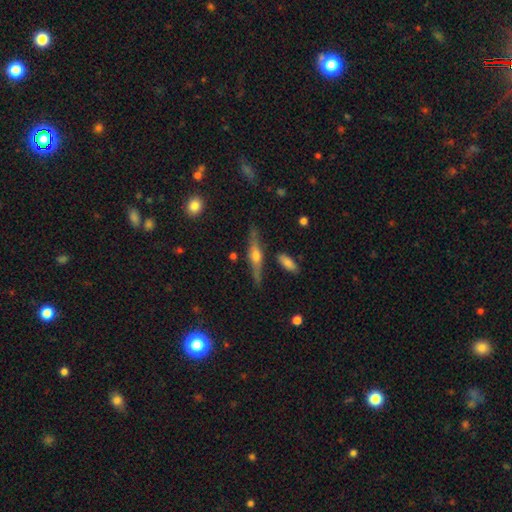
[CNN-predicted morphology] Overall: featured or disk (72%). Edge-on disk: yes (94%). Edge-on bulge: rounded (88%). Merging: none (79%).